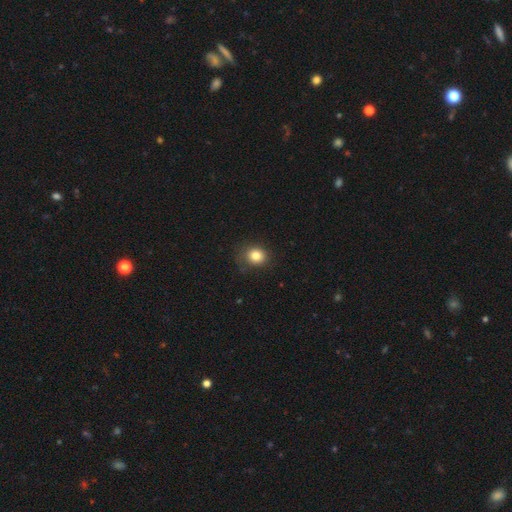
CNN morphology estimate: Smooth or featured?
  - smooth: 82% *
  - star or artifact: 11%
  - featured or disk: 7%
How rounded?
  - round: 73% *
  - in between: 26%
  - cigar-shaped: 1%
Merging?
  - none: 75% *
  - minor disturbance: 18%
  - major disturbance: 5%
  - merger: 1%